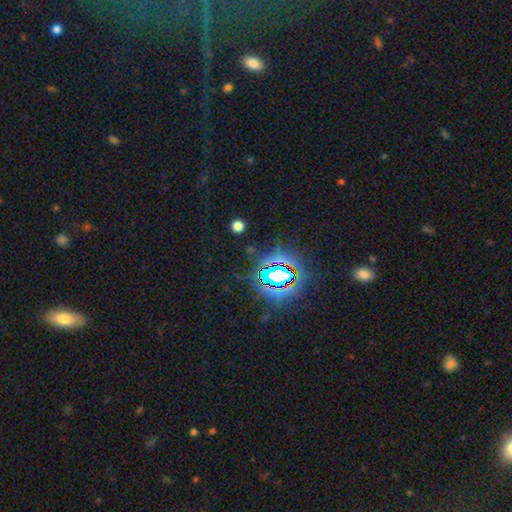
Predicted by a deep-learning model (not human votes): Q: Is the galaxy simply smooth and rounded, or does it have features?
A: star or artifact — 80%.